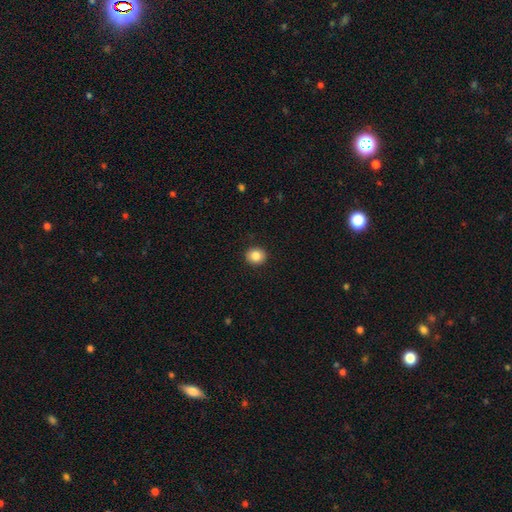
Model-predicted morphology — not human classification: A smooth galaxy with no disk features (86%) that is round (75%).

Vote fractions:
- Smooth or featured? smooth: 86% / star or artifact: 9% / featured or disk: 5%
- How rounded? round: 75% / in between: 24% / cigar-shaped: 1%
- Merging? none: 91% / minor disturbance: 6% / major disturbance: 2% / merger: 1%